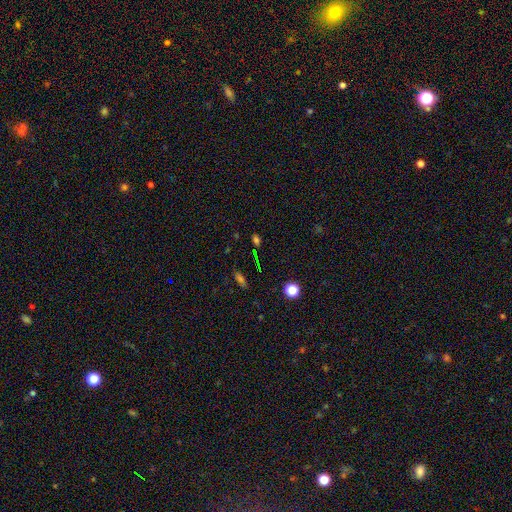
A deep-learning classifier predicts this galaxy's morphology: This is possibly a star or artifact rather than a galaxy (48%).